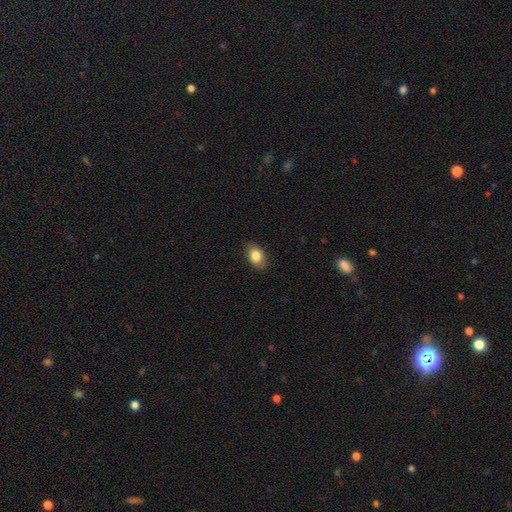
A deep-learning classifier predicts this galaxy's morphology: A smooth galaxy with no disk features (85%) that is in between round and cigar-shaped (85%).

Vote fractions:
- Smooth or featured? smooth: 85% / featured or disk: 8% / star or artifact: 7%
- How rounded? in between: 85% / round: 13% / cigar-shaped: 1%
- Merging? none: 84% / minor disturbance: 13% / major disturbance: 3% / merger: 1%